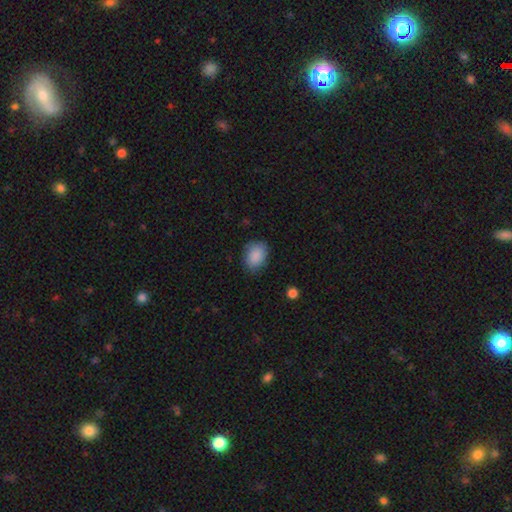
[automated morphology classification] Smooth or featured?
  - smooth: 88% *
  - star or artifact: 7%
  - featured or disk: 5%
How rounded?
  - in between: 67% *
  - round: 32%
  - cigar-shaped: 1%
Merging?
  - none: 77% *
  - minor disturbance: 18%
  - major disturbance: 4%
  - merger: 1%